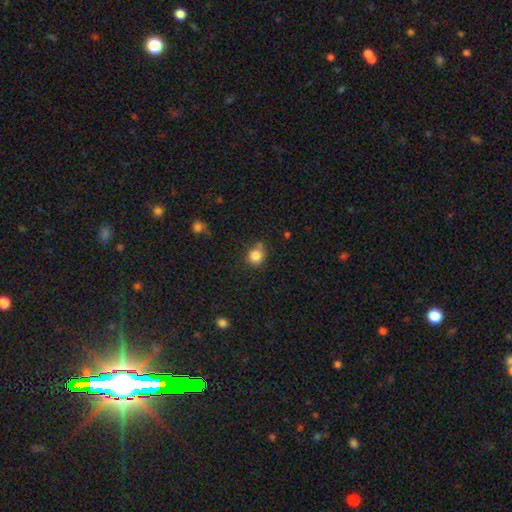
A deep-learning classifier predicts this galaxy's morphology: smooth 84%, star or artifact 11%, featured or disk 5%. Down the decision tree: how rounded — round (84%); merging — none (67%).